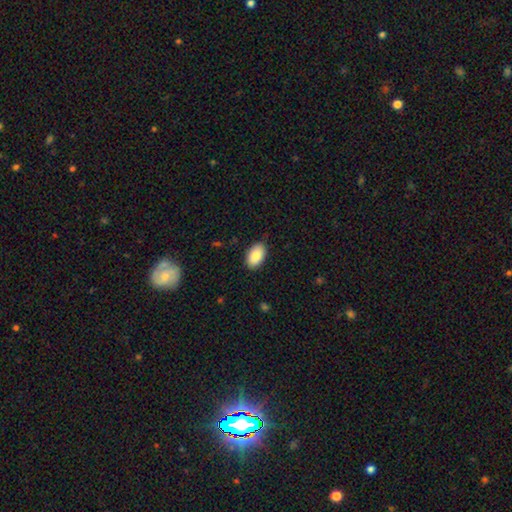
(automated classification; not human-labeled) This is clearly a smooth galaxy (87%). How rounded: clearly in between (94%). Merging: clearly none (88%).